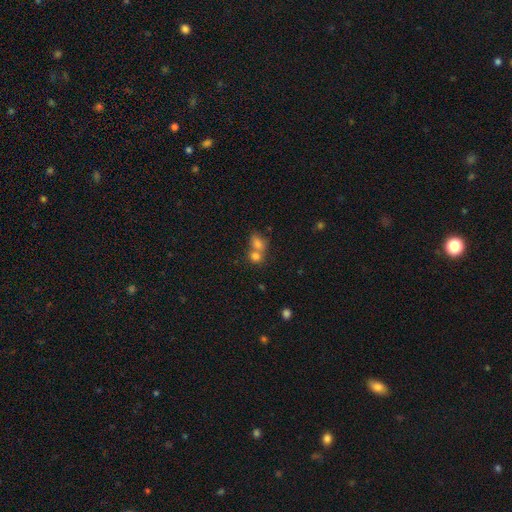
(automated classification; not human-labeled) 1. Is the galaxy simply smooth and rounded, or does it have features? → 77% smooth, 12% star or artifact, 11% featured or disk.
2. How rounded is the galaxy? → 55% round, 44% in between, 1% cigar-shaped.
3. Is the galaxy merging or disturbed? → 61% merger, 29% none, 7% minor disturbance, 3% major disturbance.